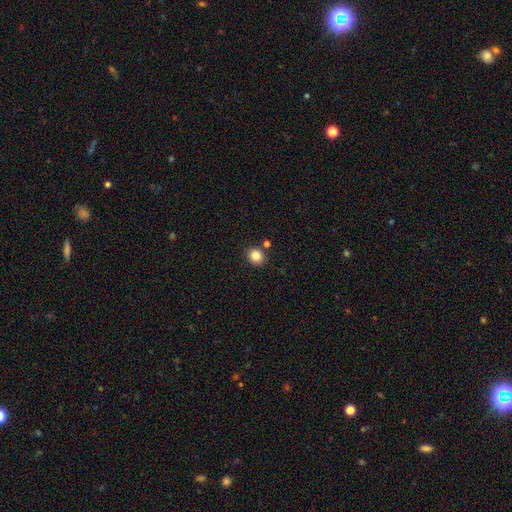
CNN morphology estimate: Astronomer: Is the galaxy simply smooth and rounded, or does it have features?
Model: smooth — 84%.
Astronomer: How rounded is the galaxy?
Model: round — 78%.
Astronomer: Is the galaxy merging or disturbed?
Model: none — 83%.